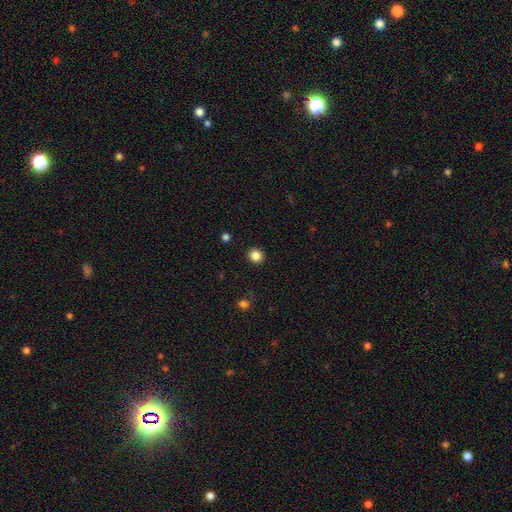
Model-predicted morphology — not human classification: smooth_or_featured: smooth (p=0.85) [alt: star or artifact p=0.11]
how_rounded: round (p=0.87) [alt: in between p=0.12]
merging: none (p=0.92) [alt: minor disturbance p=0.05]